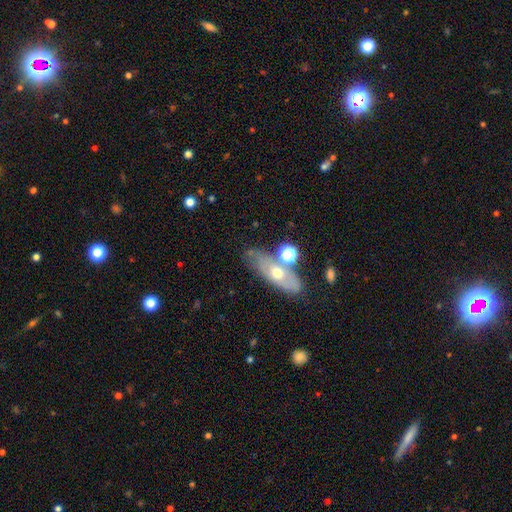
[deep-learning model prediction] A featured or disk galaxy (50%). Merging: none (67%).